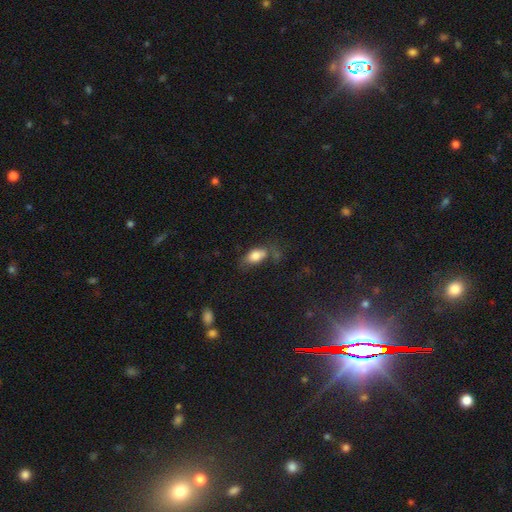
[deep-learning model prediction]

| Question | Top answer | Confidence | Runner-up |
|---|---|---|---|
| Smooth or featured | smooth | 80% | featured or disk (11%) |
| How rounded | in between | 86% | round (10%) |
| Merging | none | 45% | minor disturbance (27%) |